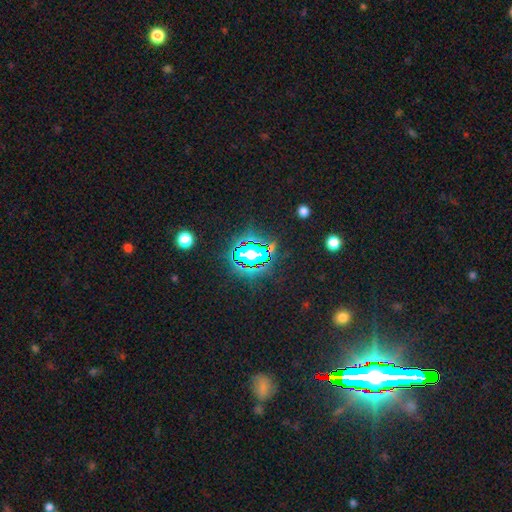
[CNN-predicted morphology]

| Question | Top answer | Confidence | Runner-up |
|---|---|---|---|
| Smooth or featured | star or artifact | 79% | smooth (13%) |